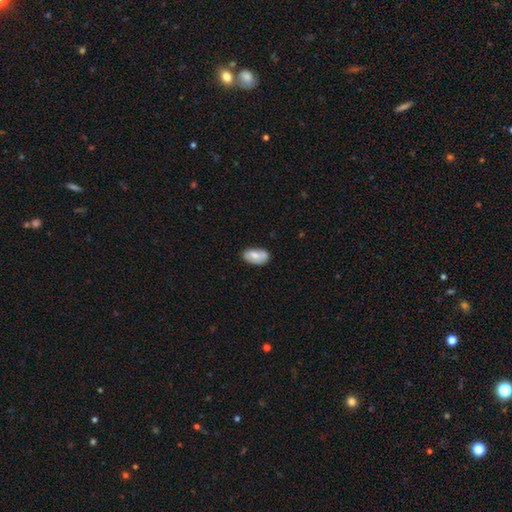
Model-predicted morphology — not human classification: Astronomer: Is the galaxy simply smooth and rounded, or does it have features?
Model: smooth — 64%.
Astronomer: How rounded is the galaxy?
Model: in between — 93%.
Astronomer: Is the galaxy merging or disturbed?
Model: none — 59%.